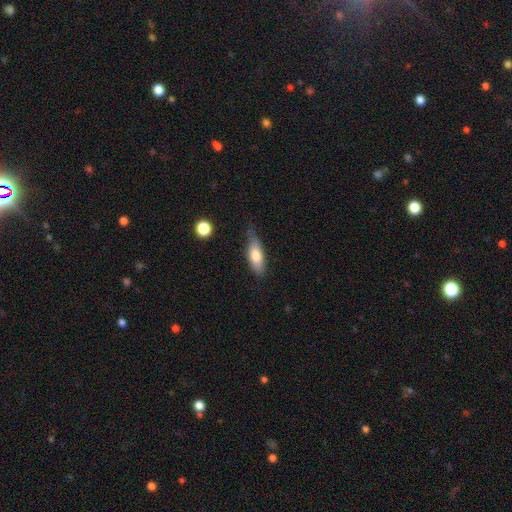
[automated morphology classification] Smooth or featured? Predicted: smooth (p=0.74). How rounded? Predicted: in between (p=0.65). Merging? Predicted: none (p=0.55).